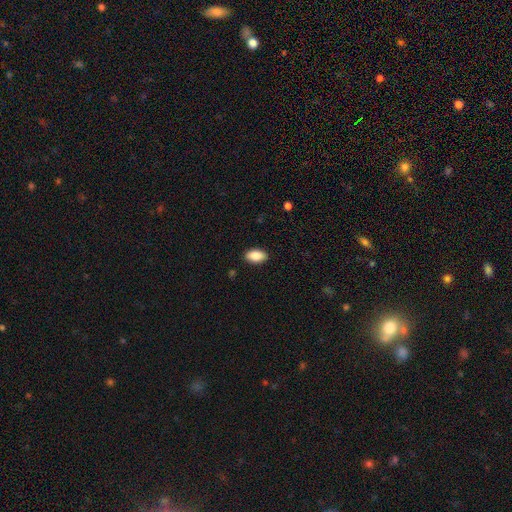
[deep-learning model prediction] smooth-or-featured: smooth: 88% | star or artifact: 7% | featured or disk: 5%
  how-rounded: in between: 93% | round: 4% | cigar-shaped: 3%
  merging: none: 89% | minor disturbance: 8% | major disturbance: 2% | merger: 1%